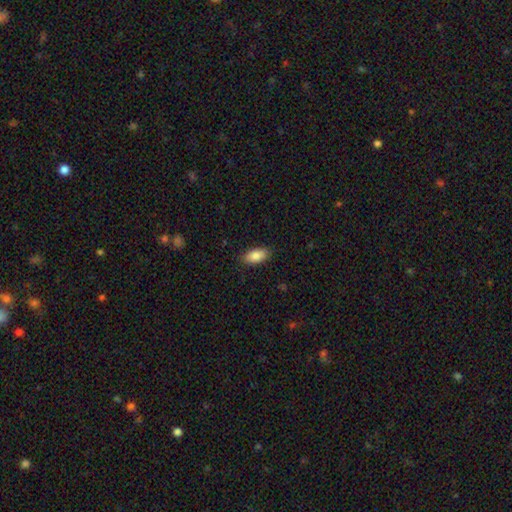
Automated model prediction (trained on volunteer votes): smooth 86%, featured or disk 8%, star or artifact 7%. Down the decision tree: how rounded — in between (92%); merging — none (88%).